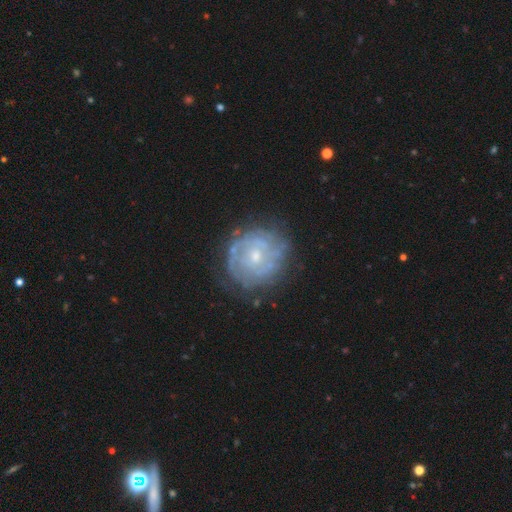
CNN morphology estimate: smooth-or-featured: featured or disk: 78% | smooth: 15% | star or artifact: 7%
  disk-edge-on: no: 98% | yes: 2%
    bar: no: 70% | weak: 26% | strong: 5%
    has-spiral-arms: yes: 83% | no: 17%
      spiral-winding: tight: 74% | medium: 20% | loose: 6%
      spiral-arm-count: can't tell: 51% | 2: 19% | 3: 12% | 4: 8% | more than 4: 5% | 1: 5%
    bulge-size: small: 62% | moderate: 33% | none: 2% | large: 2% | dominant: 1%
  merging: none: 74% | minor disturbance: 17% | major disturbance: 7% | merger: 2%